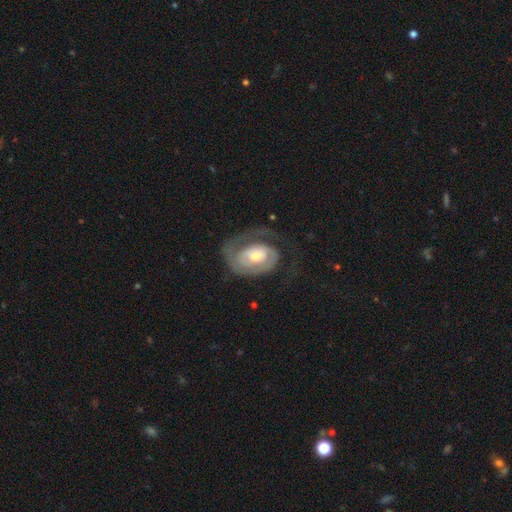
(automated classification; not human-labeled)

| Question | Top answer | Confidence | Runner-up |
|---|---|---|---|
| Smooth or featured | featured or disk | 80% | smooth (15%) |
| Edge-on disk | no | 97% | yes (3%) |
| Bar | no | 60% | weak (30%) |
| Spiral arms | yes | 88% | no (12%) |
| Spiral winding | tight | 57% | medium (29%) |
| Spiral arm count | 1 | 45% | 2 (33%) |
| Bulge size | moderate | 54% | small (38%) |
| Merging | none | 49% | major disturbance (31%) |